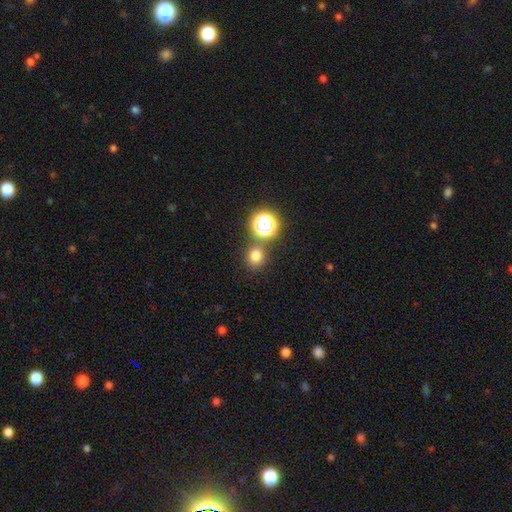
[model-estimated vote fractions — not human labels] Smooth or featured?
  - smooth: 74% *
  - star or artifact: 20%
  - featured or disk: 6%
How rounded?
  - round: 85% *
  - in between: 14%
  - cigar-shaped: 1%
Merging?
  - none: 77% *
  - merger: 12%
  - minor disturbance: 8%
  - major disturbance: 3%